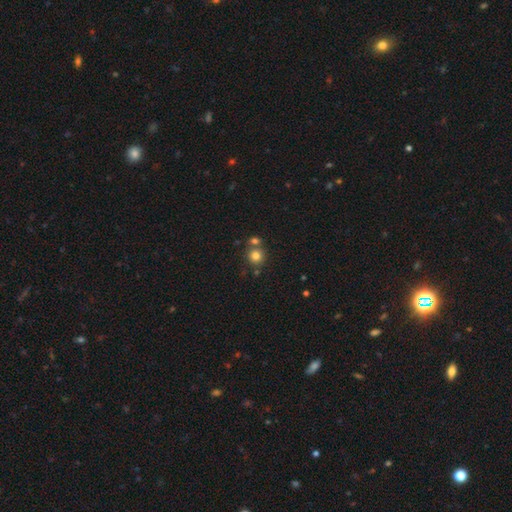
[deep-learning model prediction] smooth 80%, star or artifact 13%, featured or disk 7%. Down the decision tree: how rounded — round (91%); merging — none (68%).